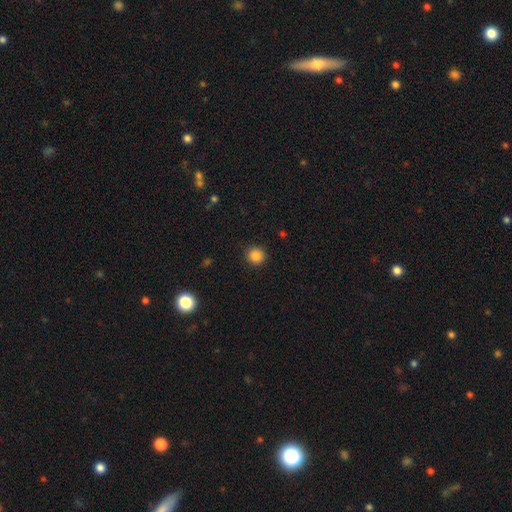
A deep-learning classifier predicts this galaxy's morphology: smooth_or_featured: smooth (p=0.86) [alt: star or artifact p=0.11]
how_rounded: round (p=0.93) [alt: in between p=0.06]
merging: none (p=0.90) [alt: minor disturbance p=0.06]